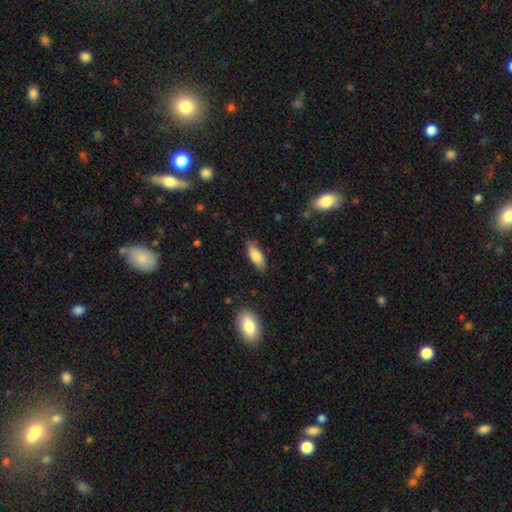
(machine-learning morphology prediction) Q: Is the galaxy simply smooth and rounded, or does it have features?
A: smooth — 81%.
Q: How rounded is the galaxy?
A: in between — 74%.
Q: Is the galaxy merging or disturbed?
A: none — 82%.